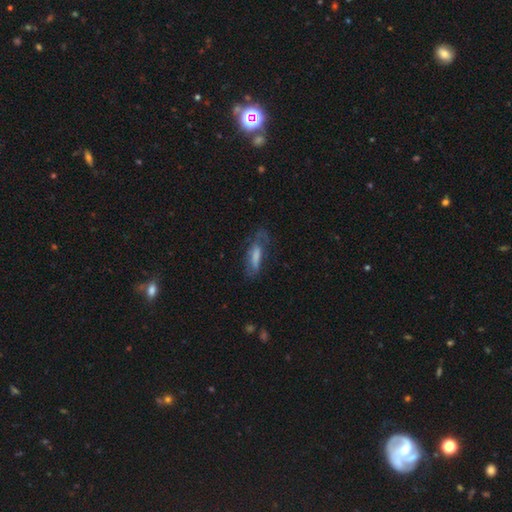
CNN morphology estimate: A featured or disk galaxy (46%).

Vote fractions:
- Smooth or featured? featured or disk: 46% / smooth: 42% / star or artifact: 13%
- Merging? none: 57% / minor disturbance: 24% / major disturbance: 17% / merger: 2%